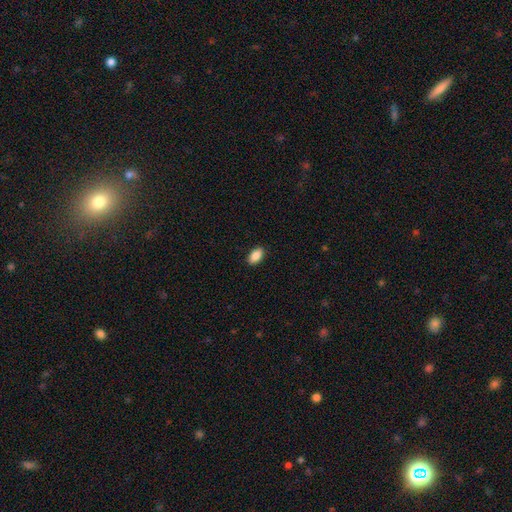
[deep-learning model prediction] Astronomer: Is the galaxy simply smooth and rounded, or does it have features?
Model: smooth — 89%.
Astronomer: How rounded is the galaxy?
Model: in between — 93%.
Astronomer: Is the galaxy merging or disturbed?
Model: none — 90%.